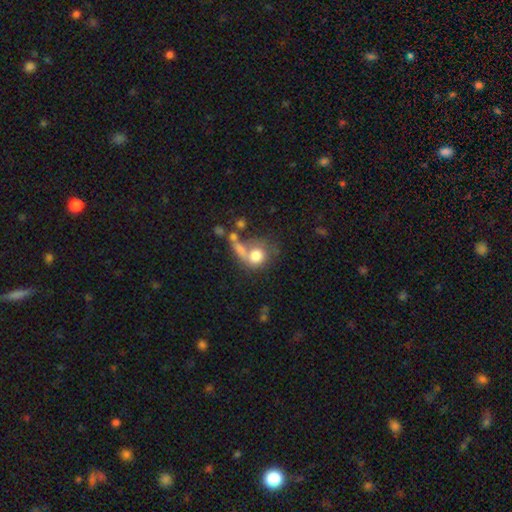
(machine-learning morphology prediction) This appears to be a smooth galaxy with no disk features (71%) that is round (70%). Merging: merger (42%).